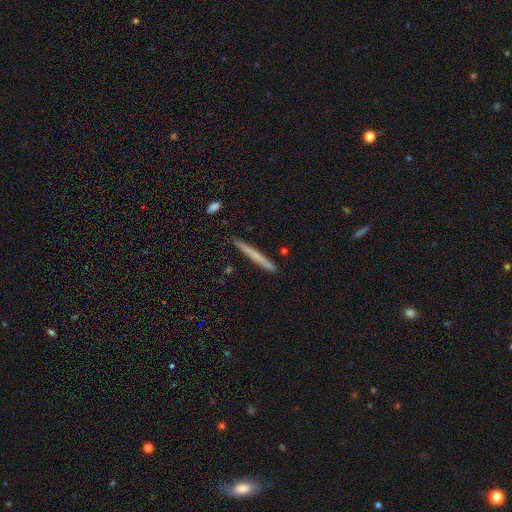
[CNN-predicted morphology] Smooth or featured? Predicted: smooth (p=0.59). How rounded? Predicted: cigar-shaped (p=0.97). Merging? Predicted: none (p=0.90).